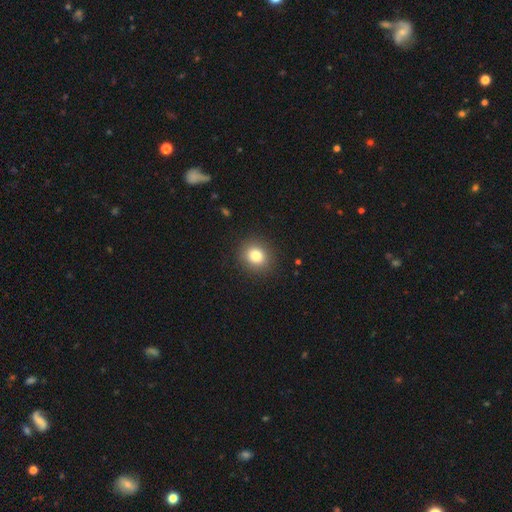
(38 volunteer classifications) smooth 79%, featured or disk 11%, star or artifact 11%. Down the decision tree: how rounded — round (90%); merging — none (82%).